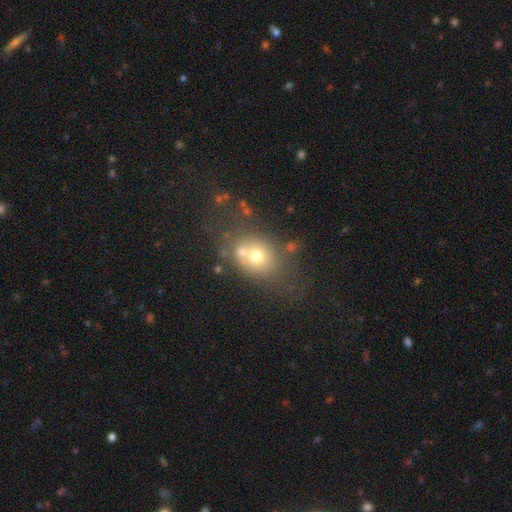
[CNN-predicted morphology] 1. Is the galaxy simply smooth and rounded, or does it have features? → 62% smooth, 22% featured or disk, 16% star or artifact.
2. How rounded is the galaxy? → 56% round, 43% in between, 1% cigar-shaped.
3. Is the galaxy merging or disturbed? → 46% none, 32% merger, 14% minor disturbance, 8% major disturbance.